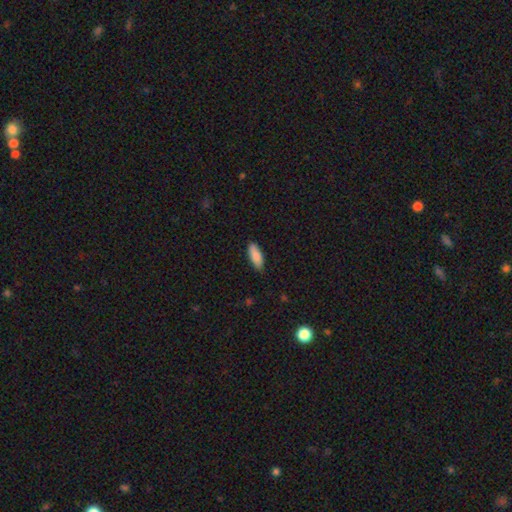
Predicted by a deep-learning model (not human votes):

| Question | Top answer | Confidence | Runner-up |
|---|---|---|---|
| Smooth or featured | smooth | 88% | star or artifact (6%) |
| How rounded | in between | 70% | cigar-shaped (28%) |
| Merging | none | 86% | minor disturbance (11%) |